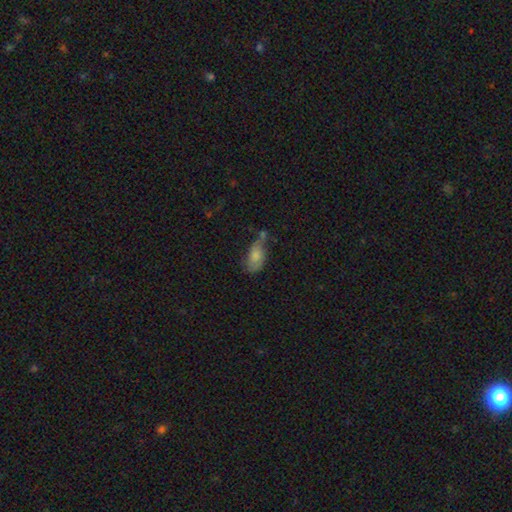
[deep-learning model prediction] Smooth or featured: smooth — 72% (featured or disk — 18%)
How rounded: in between — 90% (round — 5%)
Merging: none — 35% (minor disturbance — 28%)